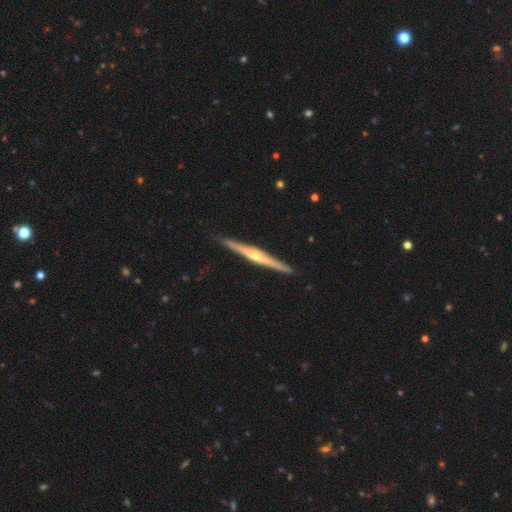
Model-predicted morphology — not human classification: Smooth or featured? featured or disk (82%)
Edge-on disk? yes (98%)
Edge-on bulge? rounded (82%)
Merging? none (91%)